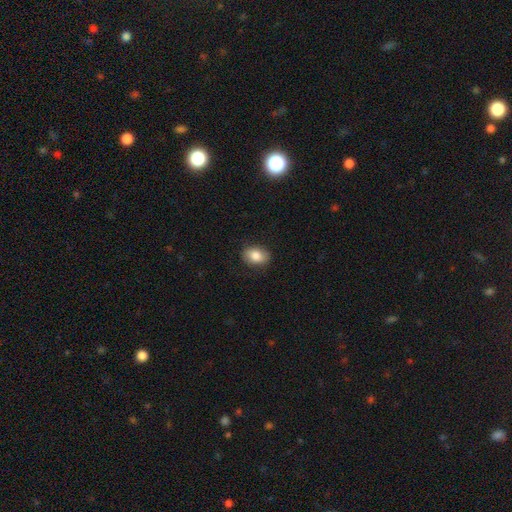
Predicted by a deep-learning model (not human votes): A smooth galaxy with no disk features (84%) that is in between round and cigar-shaped (77%). Merging: none (86%).